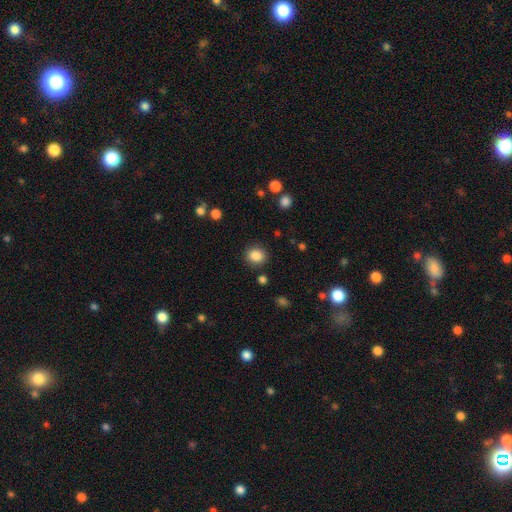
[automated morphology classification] Q: Smooth or featured?
A: smooth (86%); runner-up: star or artifact (10%)
Q: How rounded?
A: round (80%); runner-up: in between (19%)
Q: Merging?
A: none (87%); runner-up: minor disturbance (8%)